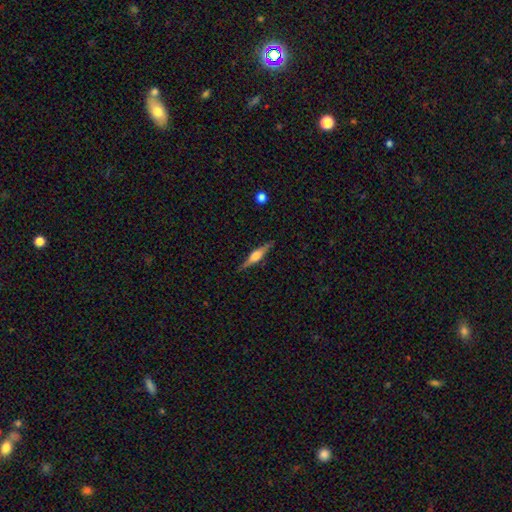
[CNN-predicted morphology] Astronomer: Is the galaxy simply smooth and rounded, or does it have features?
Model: featured or disk — 72%.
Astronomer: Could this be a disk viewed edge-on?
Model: yes — 97%.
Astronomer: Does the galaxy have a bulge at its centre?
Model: rounded — 80%.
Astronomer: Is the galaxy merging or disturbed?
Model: none — 87%.